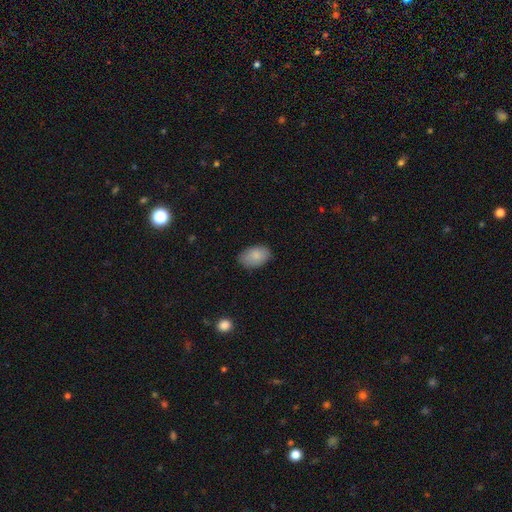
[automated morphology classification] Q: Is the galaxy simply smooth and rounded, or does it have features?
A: smooth — 86%.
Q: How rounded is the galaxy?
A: in between — 90%.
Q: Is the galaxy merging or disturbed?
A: none — 84%.